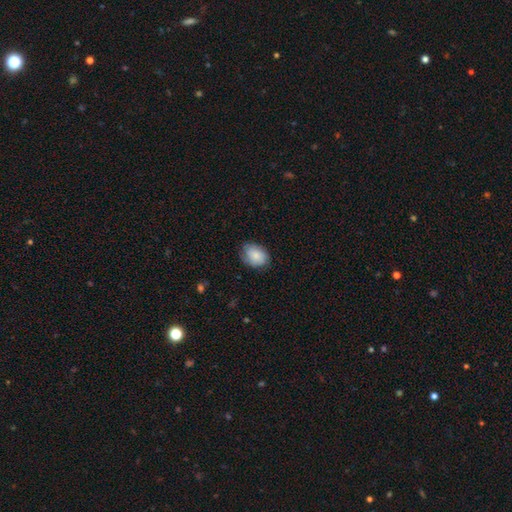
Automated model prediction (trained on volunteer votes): The model was most divided on "how rounded": in between: 72%, round: 27%, cigar-shaped: 1%. More confident: smooth or featured — smooth (81%); merging — none (71%).